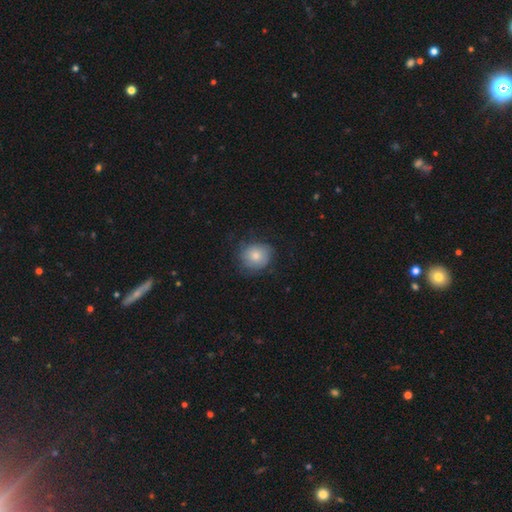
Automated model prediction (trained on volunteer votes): smooth_or_featured: smooth (p=0.72) [alt: featured or disk p=0.21]
how_rounded: round (p=0.77) [alt: in between p=0.22]
merging: none (p=0.64) [alt: minor disturbance p=0.25]